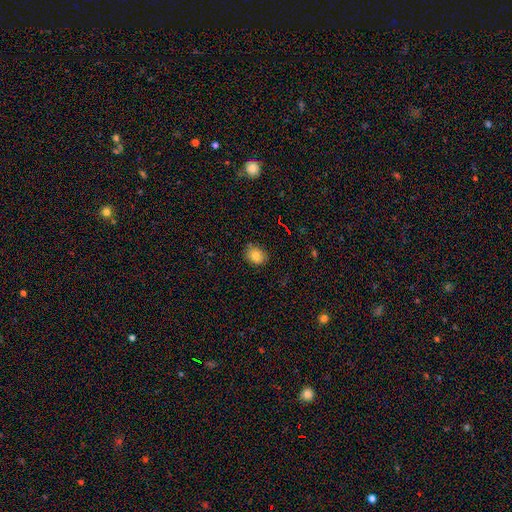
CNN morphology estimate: smooth_or_featured: smooth (p=0.79) [alt: star or artifact p=0.11]
how_rounded: round (p=0.56) [alt: in between p=0.43]
merging: none (p=0.81) [alt: minor disturbance p=0.15]